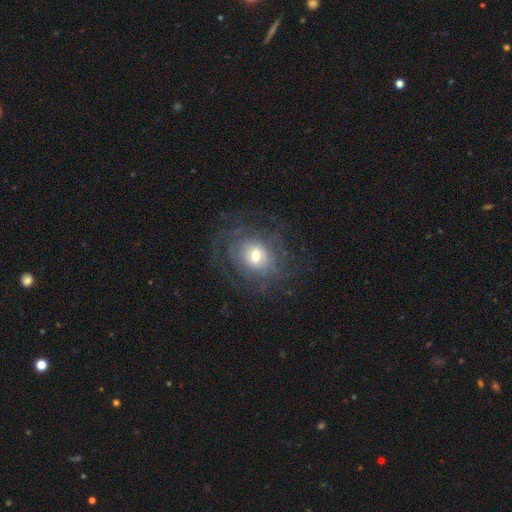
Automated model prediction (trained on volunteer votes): This is likely a featured or disk galaxy (68%). It is clearly not viewed edge-on (96%). Bar: possibly no (56%). Spiral arm pattern: likely yes (75%). Central bulge: likely moderate (62%). Merging: likely none (68%).